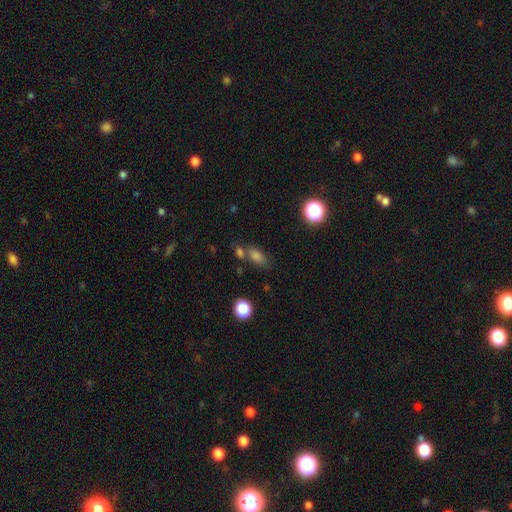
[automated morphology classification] A smooth galaxy with no disk features (73%) that is in between round and cigar-shaped (79%).

Vote fractions:
- Smooth or featured? smooth: 73% / star or artifact: 19% / featured or disk: 9%
- How rounded? in between: 79% / round: 14% / cigar-shaped: 7%
- Merging? none: 57% / merger: 24% / minor disturbance: 13% / major disturbance: 5%